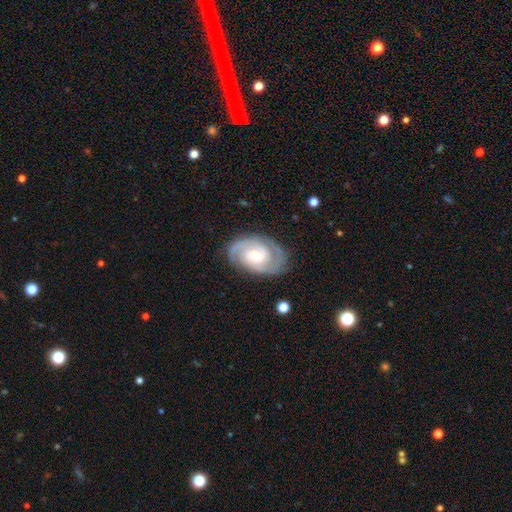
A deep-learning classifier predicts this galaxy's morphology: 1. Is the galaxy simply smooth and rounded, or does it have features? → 88% featured or disk, 8% smooth, 4% star or artifact.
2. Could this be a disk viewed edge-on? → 97% no, 3% yes.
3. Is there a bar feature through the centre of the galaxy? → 56% no, 36% weak, 8% strong.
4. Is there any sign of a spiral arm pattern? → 97% yes, 3% no.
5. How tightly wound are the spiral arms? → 58% tight, 36% medium, 6% loose.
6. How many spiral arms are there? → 77% 2, 9% 3, 8% can't tell, 2% 1, 2% 4, 2% more than 4.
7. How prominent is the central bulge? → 50% moderate, 43% small, 5% large, 2% none, 1% dominant.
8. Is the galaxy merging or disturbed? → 81% none, 14% minor disturbance, 4% major disturbance, 1% merger.